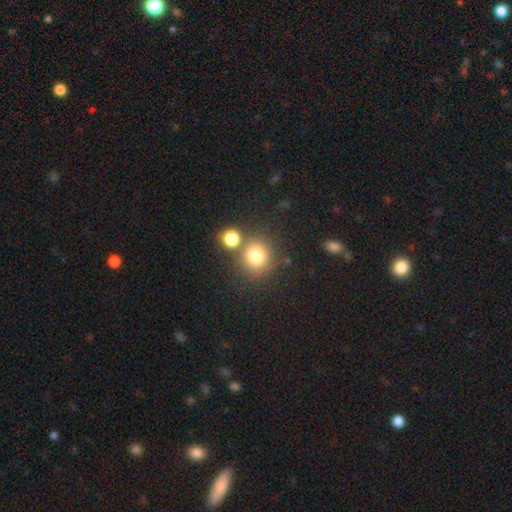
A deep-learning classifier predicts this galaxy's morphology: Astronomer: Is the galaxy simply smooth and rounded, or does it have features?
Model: smooth — 77%.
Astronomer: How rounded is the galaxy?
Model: round — 88%.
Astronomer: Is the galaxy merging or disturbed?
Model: none — 68%.